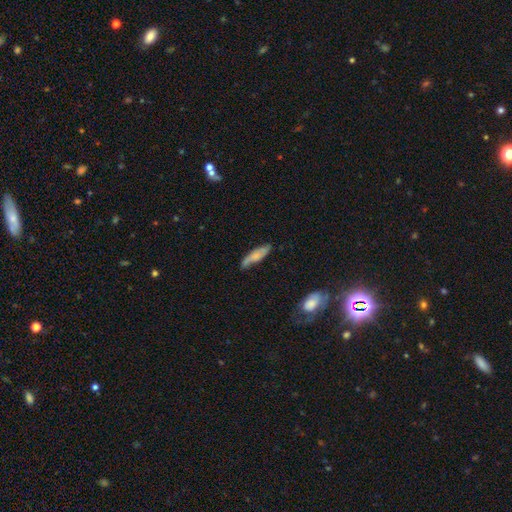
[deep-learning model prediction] Smooth or featured?
  - smooth: 58% *
  - featured or disk: 36%
  - star or artifact: 6%
How rounded?
  - cigar-shaped: 63% *
  - in between: 35%
  - round: 2%
Merging?
  - none: 65% *
  - minor disturbance: 26%
  - major disturbance: 6%
  - merger: 3%